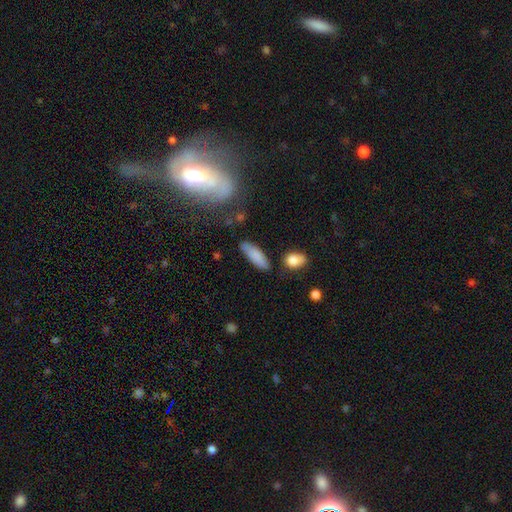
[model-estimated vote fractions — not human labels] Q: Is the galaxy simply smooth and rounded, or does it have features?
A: smooth — 83%.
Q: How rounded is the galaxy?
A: in between — 60%.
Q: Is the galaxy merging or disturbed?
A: none — 73%.